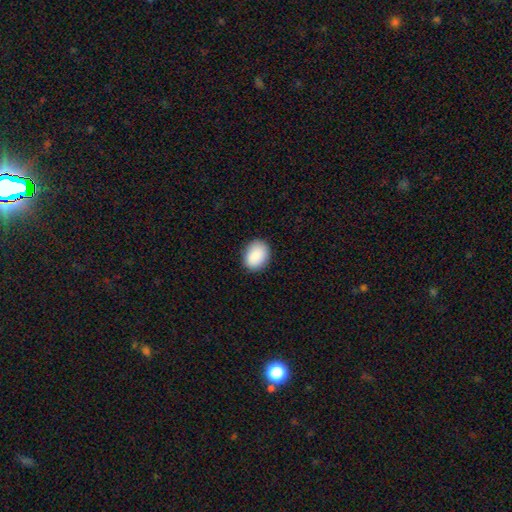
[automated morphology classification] Smooth or featured? Predicted: smooth (p=0.89). How rounded? Predicted: in between (p=0.64). Merging? Predicted: none (p=0.87).